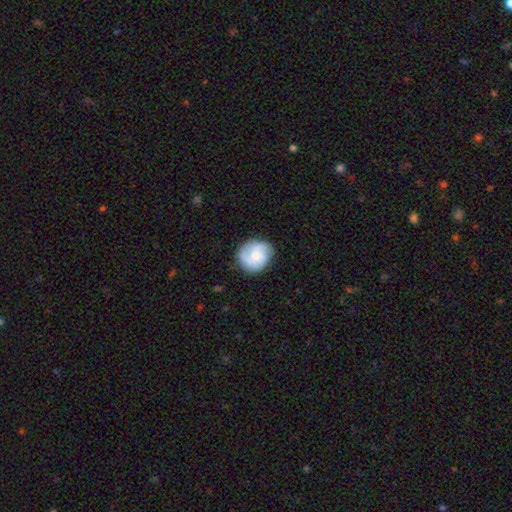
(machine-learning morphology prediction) Smooth or featured: featured or disk — 59% (smooth — 35%)
Edge-on disk: no — 98% (yes — 2%)
Bar: no — 71% (weak — 26%)
Spiral arms: yes — 91% (no — 9%)
Spiral winding: medium — 45% (tight — 37%)
Spiral arm count: 3 — 44% (2 — 28%)
Bulge size: small — 47% (moderate — 46%)
Merging: none — 79% (minor disturbance — 15%)